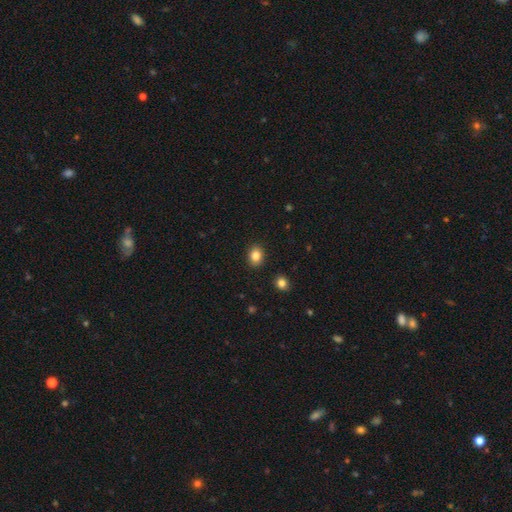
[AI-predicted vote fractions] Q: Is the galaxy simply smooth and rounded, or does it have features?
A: smooth — 84%.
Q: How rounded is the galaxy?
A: in between — 54%.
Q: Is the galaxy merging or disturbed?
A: none — 89%.